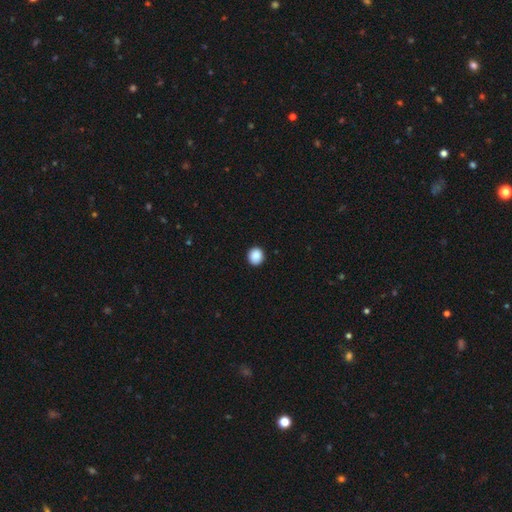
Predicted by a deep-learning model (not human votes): A smooth galaxy with no disk features (89%) that is round (89%). Merging: none (93%).